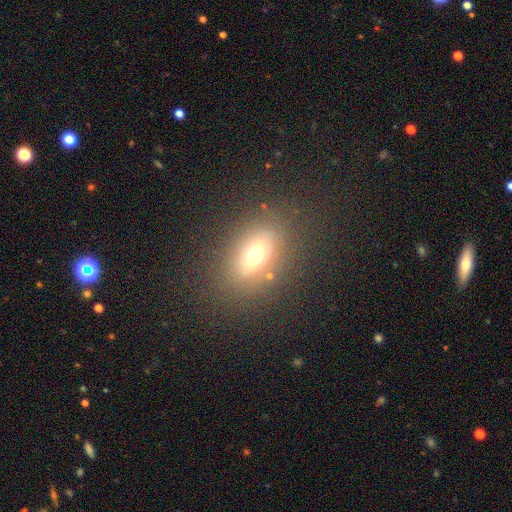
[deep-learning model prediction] A smooth galaxy with no disk features (62%) that is in between round and cigar-shaped (71%).

Vote fractions:
- Smooth or featured? smooth: 62% / featured or disk: 22% / star or artifact: 16%
- How rounded? in between: 71% / round: 23% / cigar-shaped: 6%
- Merging? none: 81% / minor disturbance: 11% / major disturbance: 6% / merger: 2%